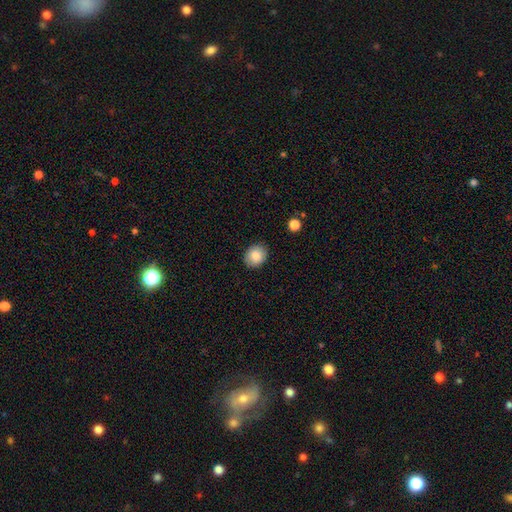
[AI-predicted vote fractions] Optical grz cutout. It shows a smooth galaxy with no disk features (84%) that is round (57%). Merging: none (88%).